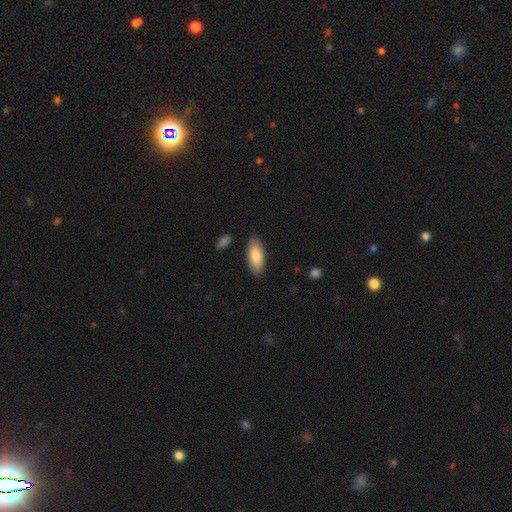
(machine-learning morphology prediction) Smooth or featured?
  - smooth: 83% *
  - featured or disk: 11%
  - star or artifact: 6%
How rounded?
  - in between: 82% *
  - cigar-shaped: 16%
  - round: 2%
Merging?
  - none: 86% *
  - minor disturbance: 10%
  - major disturbance: 2%
  - merger: 2%